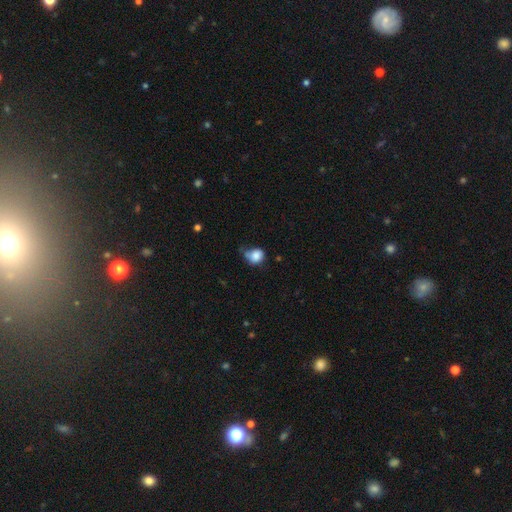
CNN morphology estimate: smooth_or_featured: smooth (p=0.82) [alt: featured or disk p=0.09]
how_rounded: round (p=0.67) [alt: in between p=0.32]
merging: minor disturbance (p=0.41) [alt: none p=0.37]